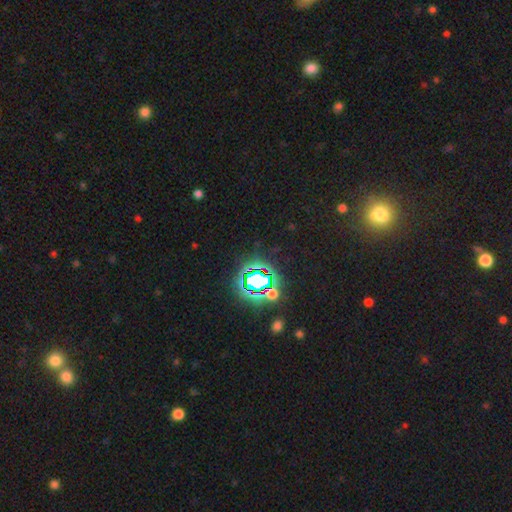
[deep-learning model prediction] Smooth or featured?
  - star or artifact: 77% *
  - smooth: 15%
  - featured or disk: 8%